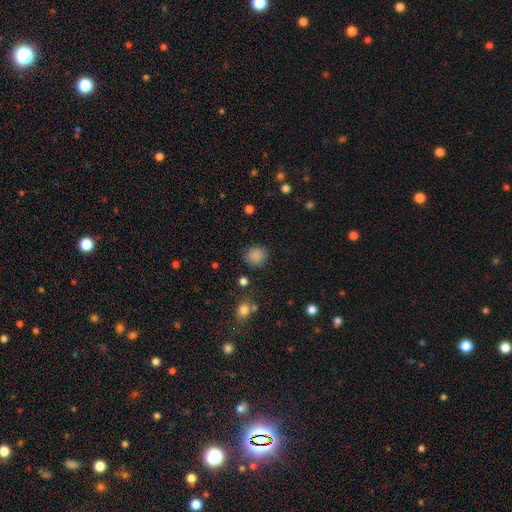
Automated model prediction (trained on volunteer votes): This is clearly a smooth galaxy (85%). How rounded: clearly round (82%). Merging: clearly none (85%).